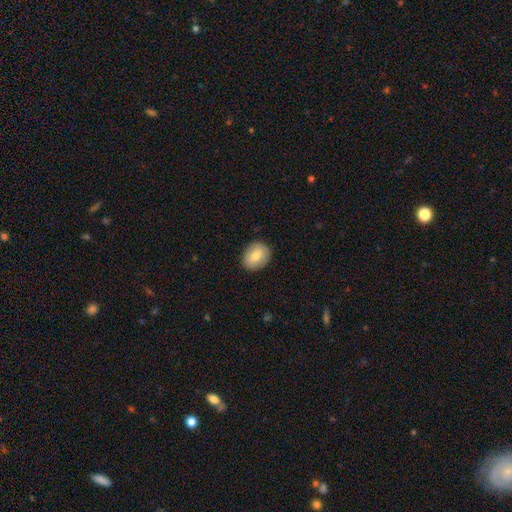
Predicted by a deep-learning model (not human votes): This is likely a smooth galaxy (76%). How rounded: possibly in between (52%). Merging: clearly none (87%).